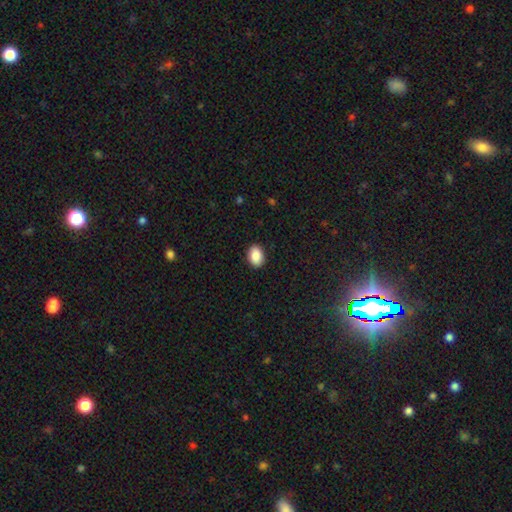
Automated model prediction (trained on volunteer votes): This appears to be a smooth galaxy with no disk features (89%) that is in between round and cigar-shaped (84%). Merging: none (90%).